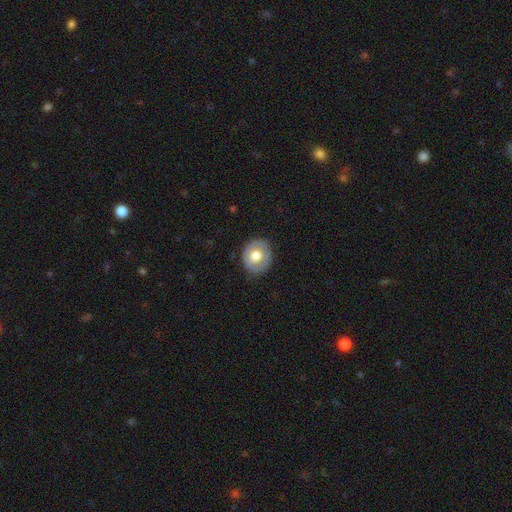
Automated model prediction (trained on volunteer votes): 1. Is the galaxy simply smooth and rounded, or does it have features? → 64% smooth, 29% featured or disk, 7% star or artifact.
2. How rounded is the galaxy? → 74% round, 25% in between, 1% cigar-shaped.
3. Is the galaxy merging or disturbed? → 84% none, 12% minor disturbance, 3% major disturbance, 1% merger.